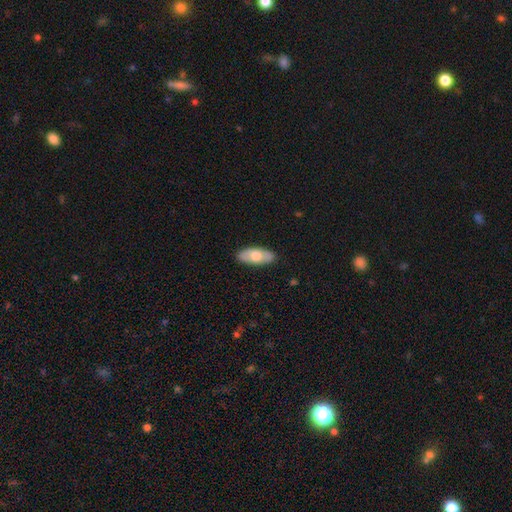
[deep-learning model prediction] smooth-or-featured: smooth: 64% | featured or disk: 31% | star or artifact: 5%
  how-rounded: in between: 87% | cigar-shaped: 10% | round: 3%
  merging: none: 86% | minor disturbance: 11% | major disturbance: 2% | merger: 1%